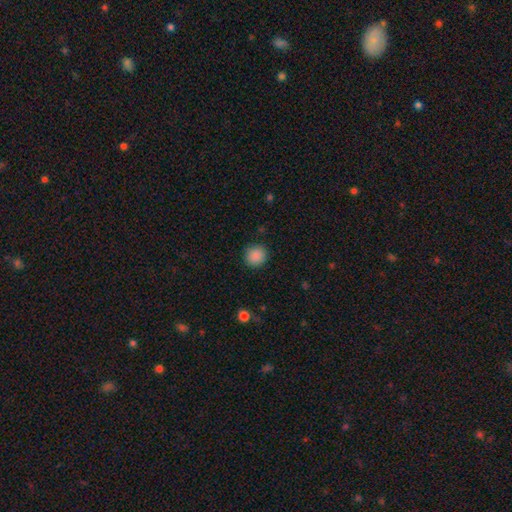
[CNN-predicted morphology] Smooth or featured? Predicted: smooth (p=0.89). How rounded? Predicted: round (p=0.90). Merging? Predicted: none (p=0.89).